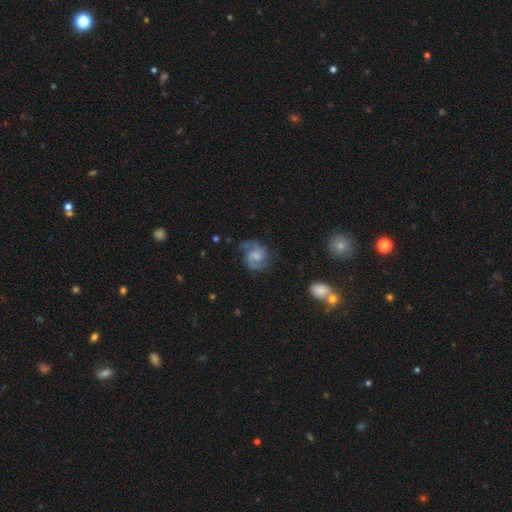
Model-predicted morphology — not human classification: featured or disk 76%, smooth 17%, star or artifact 7%. Down the decision tree: edge-on disk — no (98%); bar — no (54%); spiral arms — yes (94%); spiral arm count — 2 (82%); spiral winding — medium (52%); bulge size — moderate (34%); merging — none (65%).